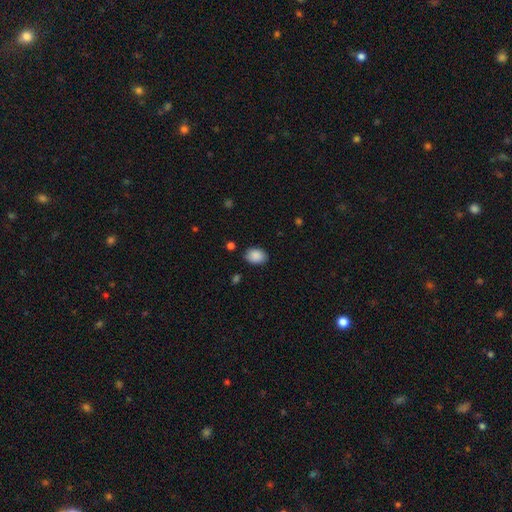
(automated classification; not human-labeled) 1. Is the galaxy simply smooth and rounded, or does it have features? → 89% smooth, 8% star or artifact, 4% featured or disk.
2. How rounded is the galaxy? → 76% in between, 23% round, 1% cigar-shaped.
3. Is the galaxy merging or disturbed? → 83% none, 12% minor disturbance, 3% major disturbance, 2% merger.